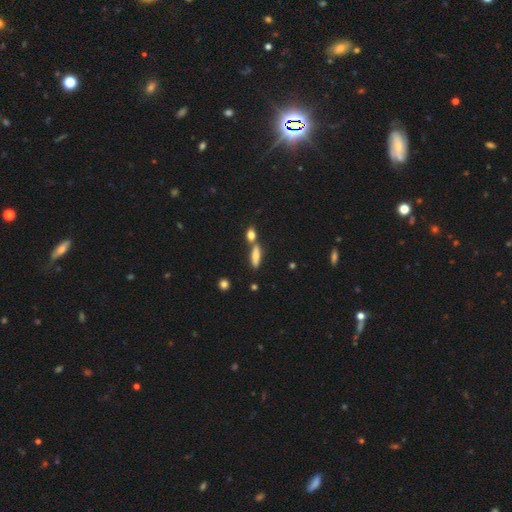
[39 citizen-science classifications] Morphology: type=smooth (77%); roundness=cigar-shaped (53%); merging=none (58%).